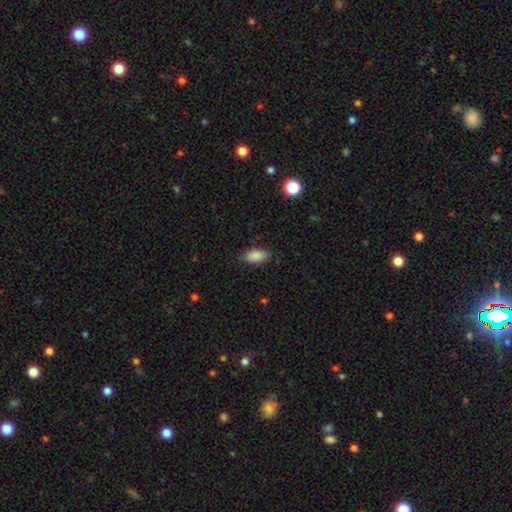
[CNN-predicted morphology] Smooth or featured: smooth — 88% (star or artifact — 7%)
How rounded: in between — 91% (cigar-shaped — 5%)
Merging: none — 82% (minor disturbance — 14%)